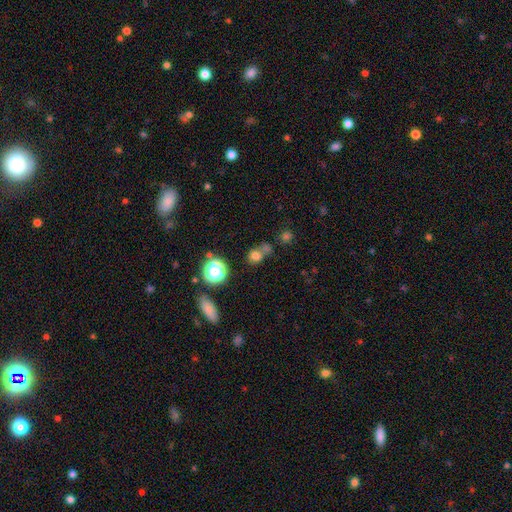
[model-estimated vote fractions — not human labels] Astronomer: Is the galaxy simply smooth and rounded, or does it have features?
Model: smooth — 70%.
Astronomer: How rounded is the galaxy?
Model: round — 66%.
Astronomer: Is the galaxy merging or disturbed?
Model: none — 47% (runner-up: merger, 33%).